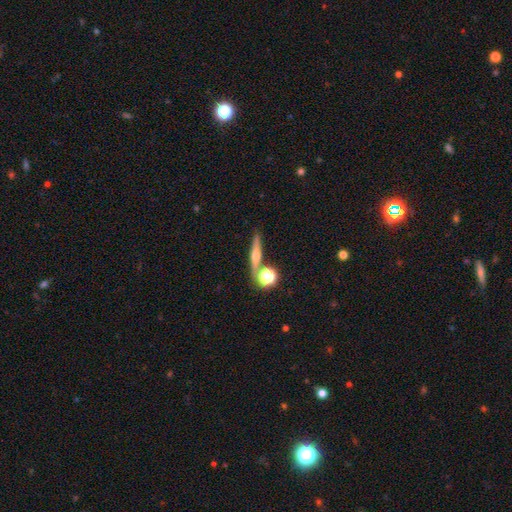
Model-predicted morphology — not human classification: A featured or disk galaxy (56%) viewed edge-on (93%) with a rounded central bulge (89%).

Vote fractions:
- Smooth or featured? featured or disk: 56% / smooth: 31% / star or artifact: 12%
- Edge-on disk? yes: 93% / no: 7%
- Edge-on bulge? rounded: 89% / none: 6% / boxy: 5%
- Merging? none: 77% / merger: 11% / minor disturbance: 9% / major disturbance: 3%